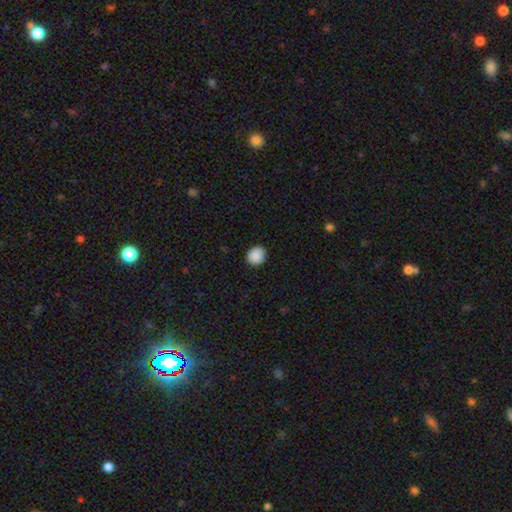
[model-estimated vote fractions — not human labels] This appears to be a smooth galaxy with no disk features (89%) that is round (73%). Merging: none (88%).